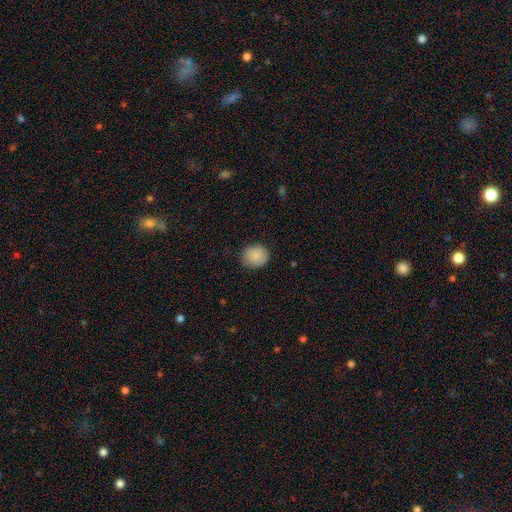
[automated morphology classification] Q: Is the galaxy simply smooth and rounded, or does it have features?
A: smooth — 88%.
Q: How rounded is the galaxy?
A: round — 83%.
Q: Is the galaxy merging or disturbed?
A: none — 82%.